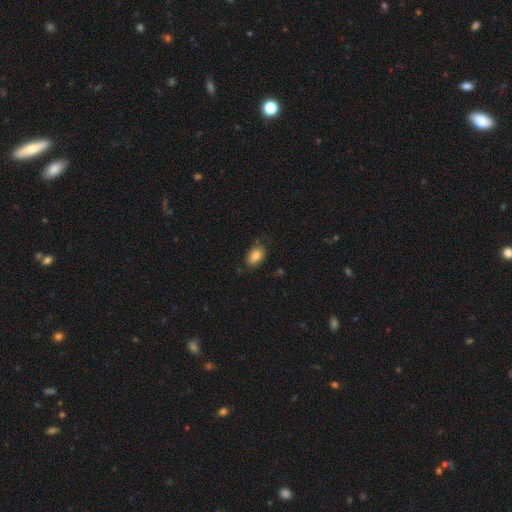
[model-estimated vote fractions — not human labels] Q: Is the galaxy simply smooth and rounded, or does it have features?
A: smooth — 83%.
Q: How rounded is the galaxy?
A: in between — 89%.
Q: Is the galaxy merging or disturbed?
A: none — 79%.